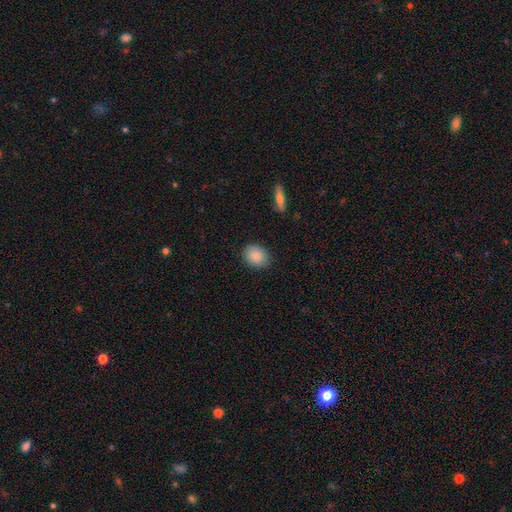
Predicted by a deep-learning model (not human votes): Morphology: type=smooth (88%); roundness=in between (49%, tied with round); merging=none (86%).